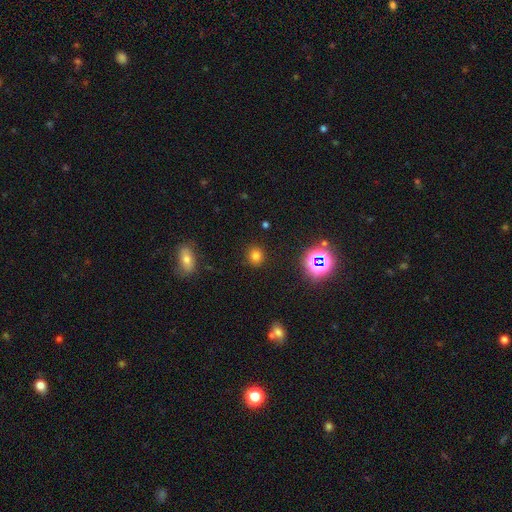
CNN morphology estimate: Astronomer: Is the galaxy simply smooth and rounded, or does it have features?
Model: smooth — 73%.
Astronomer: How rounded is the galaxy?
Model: round — 83%.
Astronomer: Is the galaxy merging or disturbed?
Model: none — 88%.